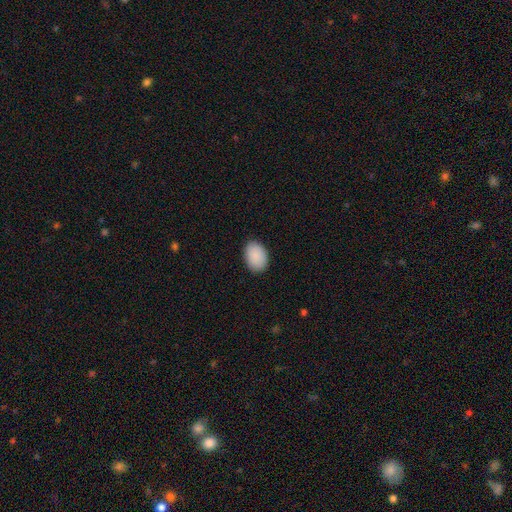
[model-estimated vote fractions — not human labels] A smooth galaxy with no disk features (91%) that is in between round and cigar-shaped (82%).

Vote fractions:
- Smooth or featured? smooth: 91% / star or artifact: 6% / featured or disk: 3%
- How rounded? in between: 82% / round: 17% / cigar-shaped: 1%
- Merging? none: 87% / minor disturbance: 10% / major disturbance: 2% / merger: 1%